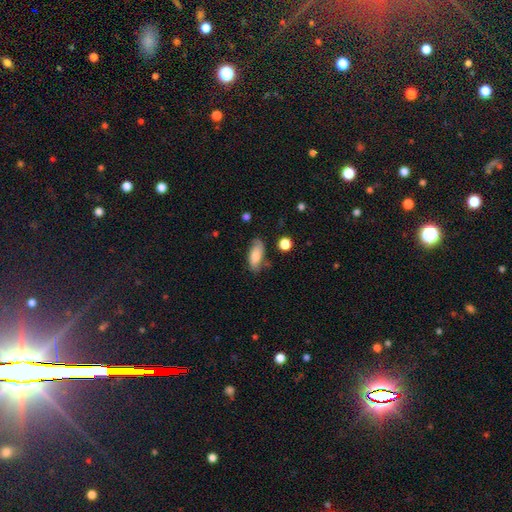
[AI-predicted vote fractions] Q: Smooth or featured?
A: smooth (71%); runner-up: featured or disk (22%)
Q: How rounded?
A: in between (84%); runner-up: cigar-shaped (13%)
Q: Merging?
A: none (65%); runner-up: minor disturbance (25%)